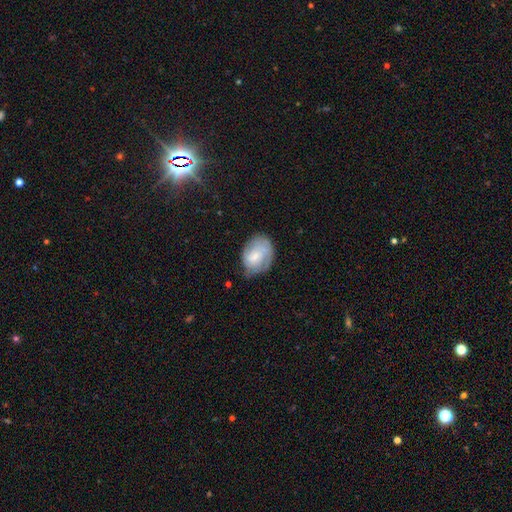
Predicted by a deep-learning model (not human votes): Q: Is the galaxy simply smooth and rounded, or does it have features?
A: featured or disk — 56%.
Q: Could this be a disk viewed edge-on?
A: no — 97%.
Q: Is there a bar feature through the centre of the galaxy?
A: no — 59%.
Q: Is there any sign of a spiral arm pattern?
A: yes — 83%.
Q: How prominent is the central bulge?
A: small — 60%.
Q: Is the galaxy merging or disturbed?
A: none — 57%.